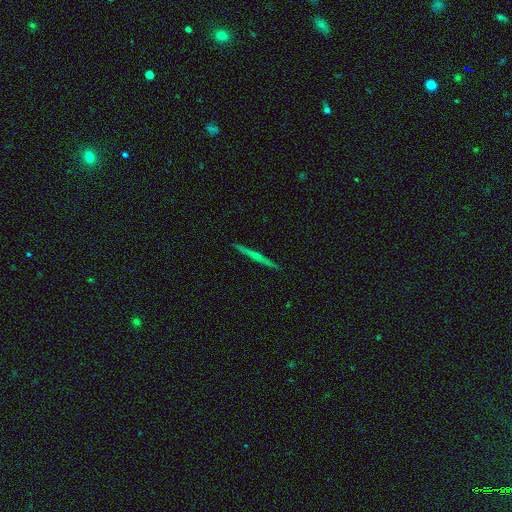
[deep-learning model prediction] smooth-or-featured: featured or disk: 71% | smooth: 22% | star or artifact: 7%
  disk-edge-on: yes: 98% | no: 2%
    edge-on-bulge: rounded: 60% | none: 33% | boxy: 8%
  merging: none: 93% | minor disturbance: 5% | major disturbance: 1% | merger: 1%